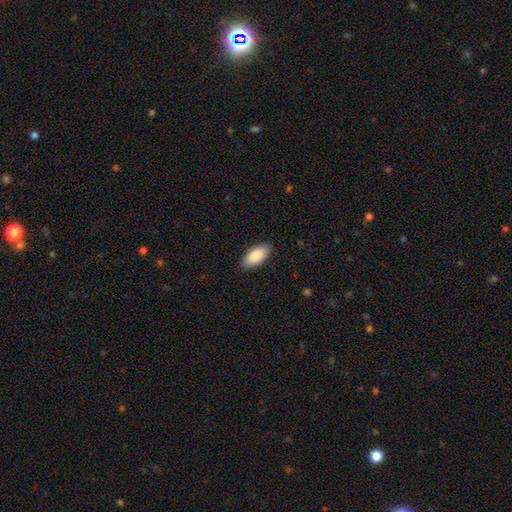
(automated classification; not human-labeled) A smooth galaxy with no disk features (88%) that is in between round and cigar-shaped (93%). Merging: none (88%).